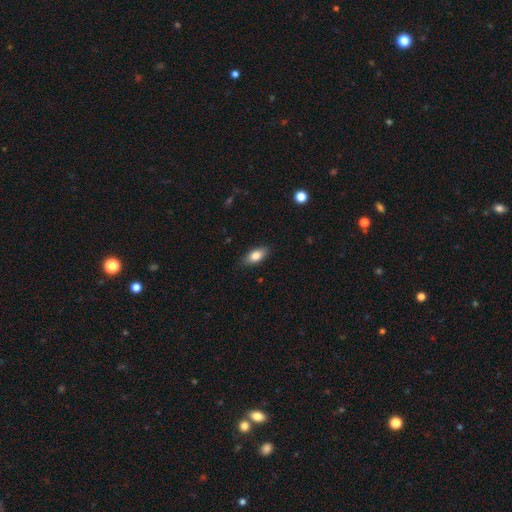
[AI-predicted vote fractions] Smooth or featured? smooth (82%)
How rounded? in between (86%)
Merging? none (85%)